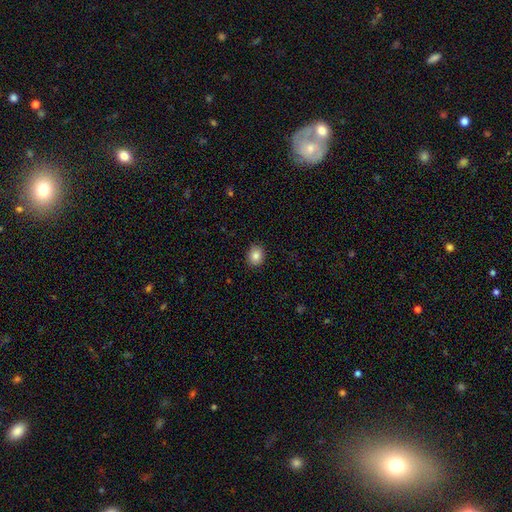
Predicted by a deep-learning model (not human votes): Smooth or featured?
  - smooth: 84% *
  - star or artifact: 10%
  - featured or disk: 6%
How rounded?
  - round: 68% *
  - in between: 31%
  - cigar-shaped: 1%
Merging?
  - none: 90% *
  - minor disturbance: 7%
  - major disturbance: 2%
  - merger: 1%